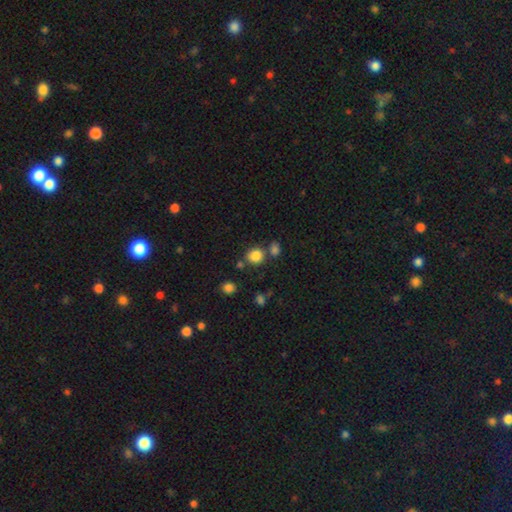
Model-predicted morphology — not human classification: Q: Smooth or featured?
A: smooth (83%); runner-up: star or artifact (12%)
Q: How rounded?
A: round (81%); runner-up: in between (18%)
Q: Merging?
A: none (71%); runner-up: merger (16%)